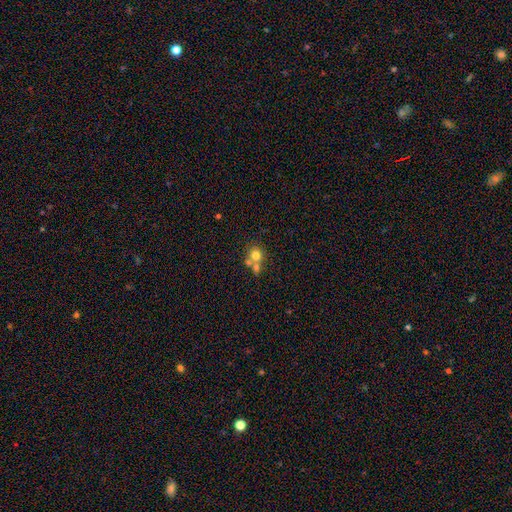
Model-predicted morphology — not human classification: Smooth or featured? Predicted: smooth (p=0.72). How rounded? Predicted: round (p=0.83). Merging? Predicted: merger (p=0.48).